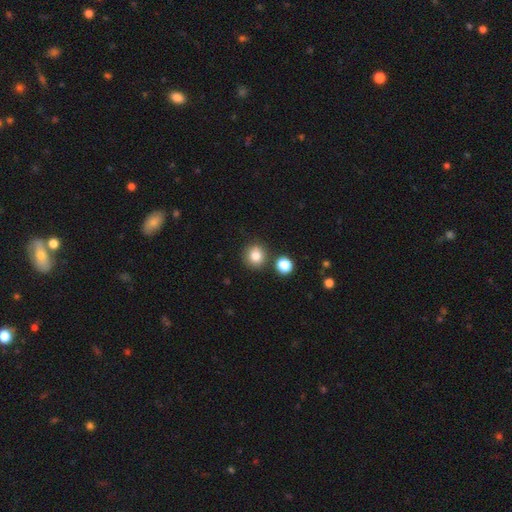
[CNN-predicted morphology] The model was most divided on "merging": none: 80%, minor disturbance: 9%, merger: 8%, major disturbance: 3%. More confident: how rounded — round (87%); smooth or featured — smooth (83%).